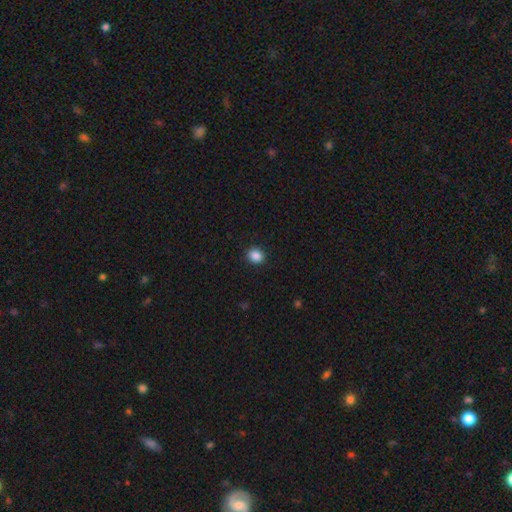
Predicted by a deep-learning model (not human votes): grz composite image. It shows a smooth galaxy with no disk features (88%) that is round (63%). Merging: none (90%).